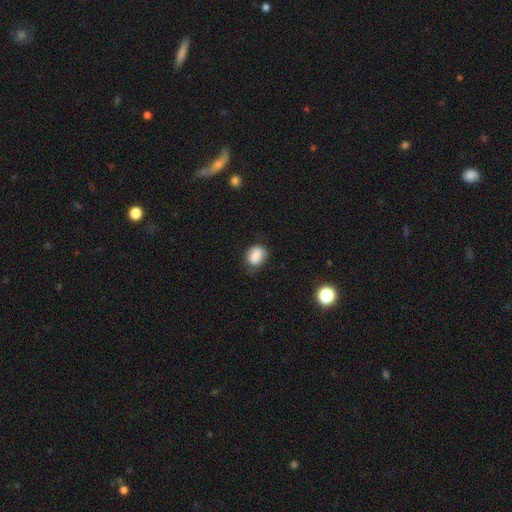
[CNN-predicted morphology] A smooth galaxy with no disk features (86%) that is in between round and cigar-shaped (54%).

Vote fractions:
- Smooth or featured? smooth: 86% / star or artifact: 9% / featured or disk: 6%
- How rounded? in between: 54% / round: 44% / cigar-shaped: 1%
- Merging? none: 66% / minor disturbance: 26% / major disturbance: 6% / merger: 2%